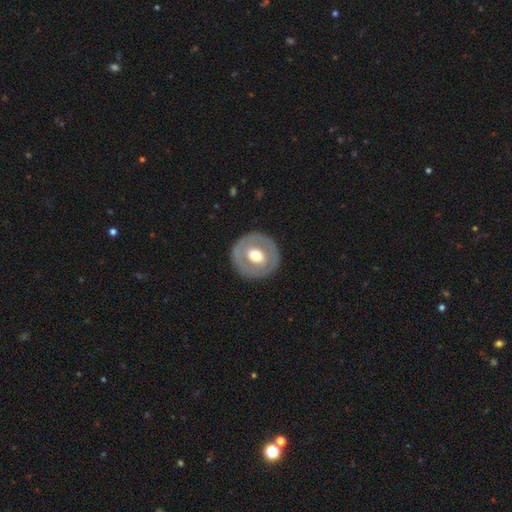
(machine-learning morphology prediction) smooth_or_featured: featured or disk (p=0.51) [alt: smooth p=0.44]
disk_edge_on: no (p=0.95) [alt: yes p=0.05]
merging: none (p=0.86) [alt: minor disturbance p=0.09]